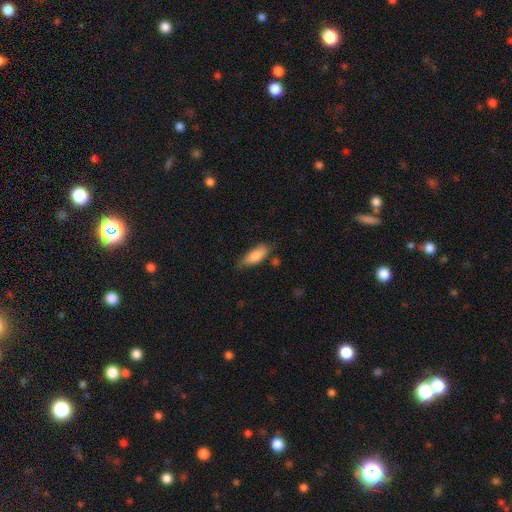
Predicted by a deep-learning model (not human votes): The model was most divided on "merging": none: 64%, minor disturbance: 26%, major disturbance: 6%, merger: 5%. More confident: smooth or featured — smooth (83%); how rounded — in between (69%).